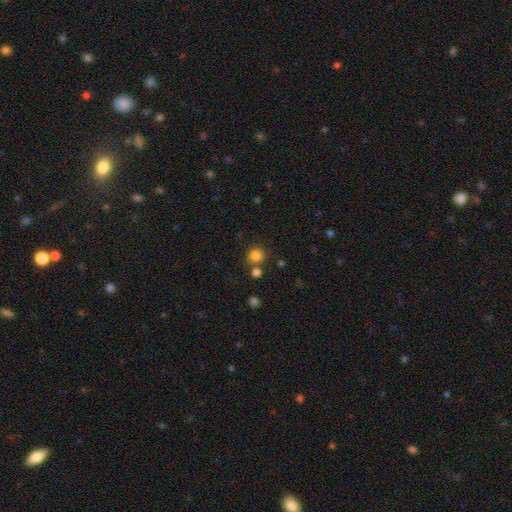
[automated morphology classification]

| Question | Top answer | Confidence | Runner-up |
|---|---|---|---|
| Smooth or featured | smooth | 82% | star or artifact (13%) |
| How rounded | round | 91% | in between (8%) |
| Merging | none | 77% | merger (12%) |